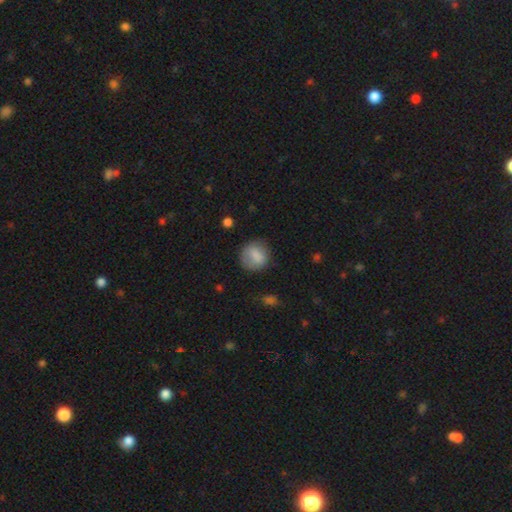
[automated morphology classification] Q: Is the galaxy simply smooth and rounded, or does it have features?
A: smooth — 81%.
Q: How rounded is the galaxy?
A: round — 77%.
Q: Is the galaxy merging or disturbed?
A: none — 75%.